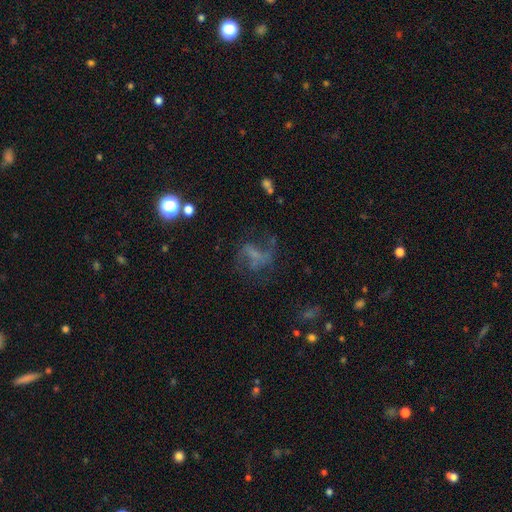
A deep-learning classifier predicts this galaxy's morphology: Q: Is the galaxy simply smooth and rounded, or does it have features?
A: featured or disk — 50%.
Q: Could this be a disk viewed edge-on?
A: no — 97%.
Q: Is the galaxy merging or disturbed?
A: none — 46%.